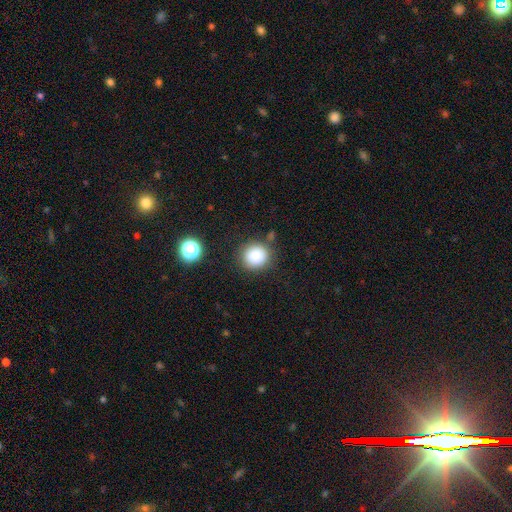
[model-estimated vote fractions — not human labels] Smooth or featured? Predicted: smooth (p=0.84). How rounded? Predicted: round (p=0.89). Merging? Predicted: none (p=0.82).